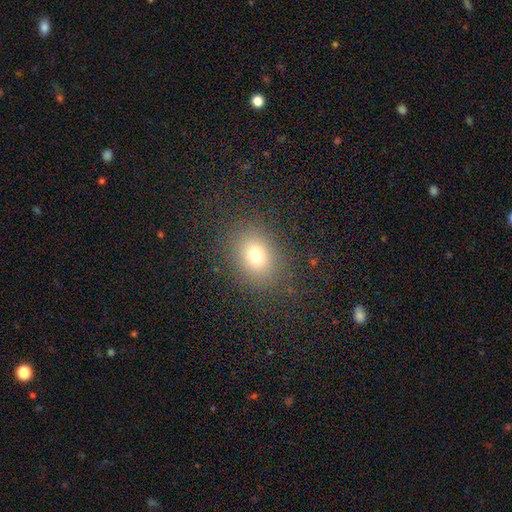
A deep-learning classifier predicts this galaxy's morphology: This is likely a smooth galaxy (73%). How rounded: possibly round (51%). Merging: clearly none (84%).